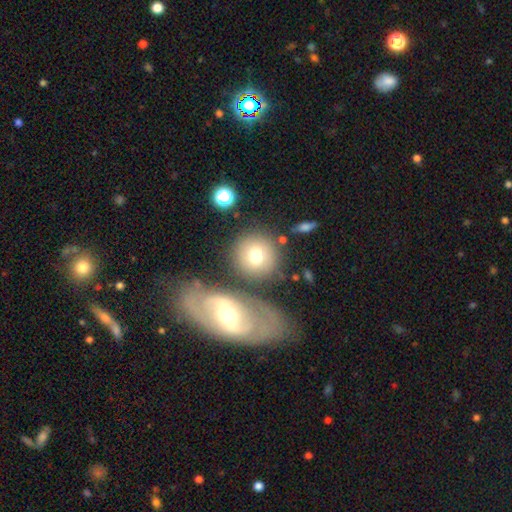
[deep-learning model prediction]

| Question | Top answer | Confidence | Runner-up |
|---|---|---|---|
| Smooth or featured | smooth | 72% | featured or disk (18%) |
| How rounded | round | 89% | in between (10%) |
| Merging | none | 71% | merger (14%) |